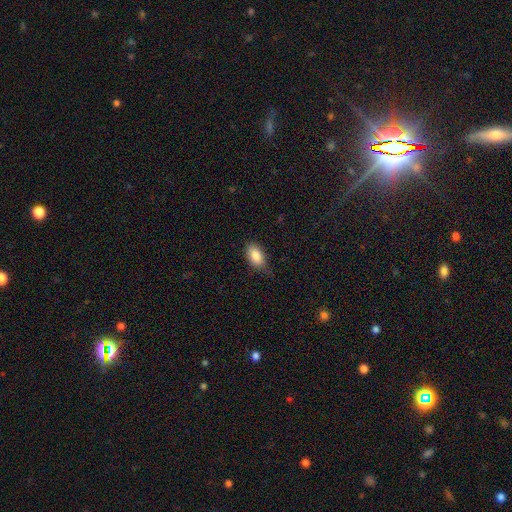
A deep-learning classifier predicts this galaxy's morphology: Smooth or featured?
  - smooth: 84% *
  - featured or disk: 8%
  - star or artifact: 7%
How rounded?
  - in between: 92% *
  - round: 5%
  - cigar-shaped: 3%
Merging?
  - none: 74% *
  - minor disturbance: 21%
  - major disturbance: 4%
  - merger: 1%